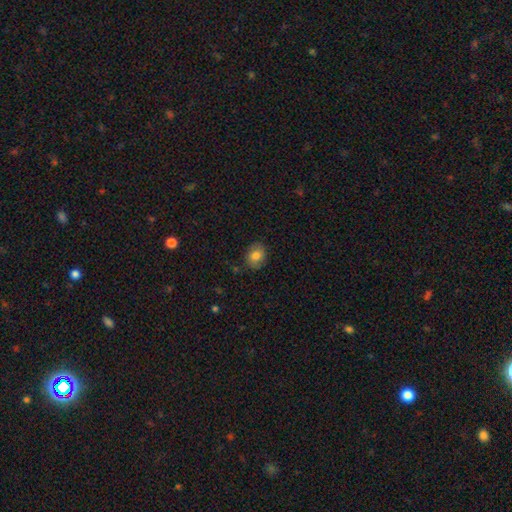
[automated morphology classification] smooth_or_featured: smooth (p=0.77) [alt: featured or disk p=0.14]
how_rounded: in between (p=0.51) [alt: round p=0.48]
merging: none (p=0.82) [alt: minor disturbance p=0.13]